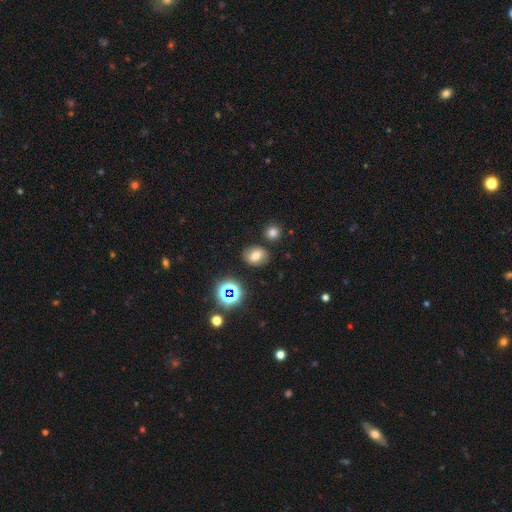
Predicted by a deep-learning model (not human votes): smooth_or_featured: smooth (p=0.66) [alt: star or artifact p=0.19]
how_rounded: in between (p=0.52) [alt: round p=0.47]
merging: none (p=0.80) [alt: minor disturbance p=0.11]